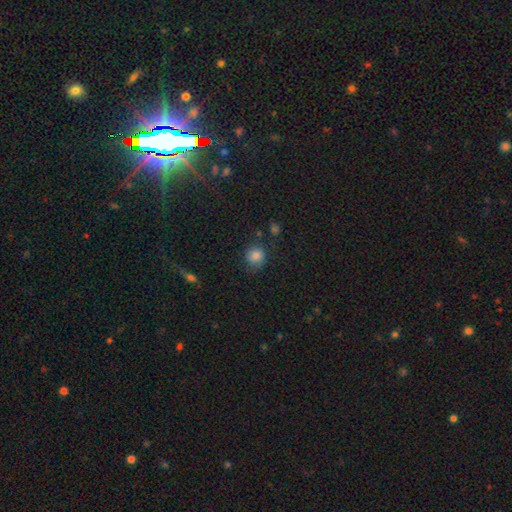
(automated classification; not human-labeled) Overall: smooth (82%). How rounded: round (85%). Merging: none (75%).